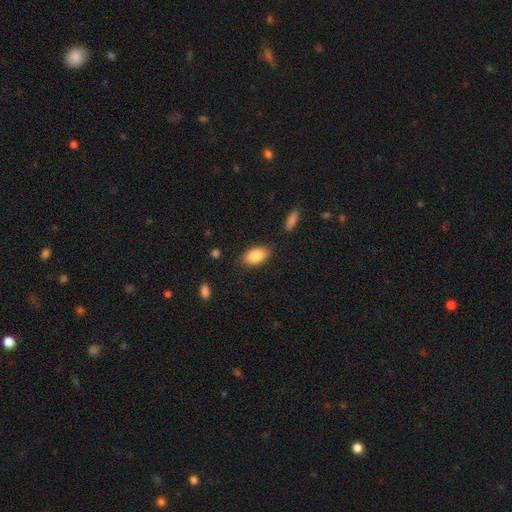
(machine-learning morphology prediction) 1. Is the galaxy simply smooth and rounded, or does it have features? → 86% smooth, 7% featured or disk, 7% star or artifact.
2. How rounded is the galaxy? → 92% in between, 5% round, 3% cigar-shaped.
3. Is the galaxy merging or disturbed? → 84% none, 11% minor disturbance, 3% major disturbance, 2% merger.